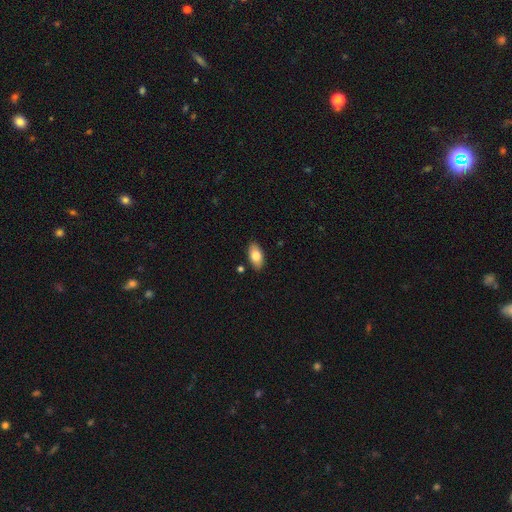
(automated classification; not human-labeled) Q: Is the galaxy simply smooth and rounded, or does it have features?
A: smooth — 79%.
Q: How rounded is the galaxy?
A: in between — 92%.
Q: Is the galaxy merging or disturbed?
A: none — 87%.